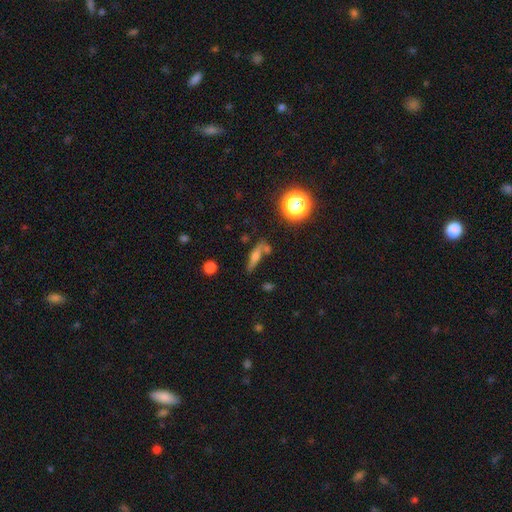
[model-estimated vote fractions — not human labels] Morphology: type=smooth (43%); merging=none (62%).